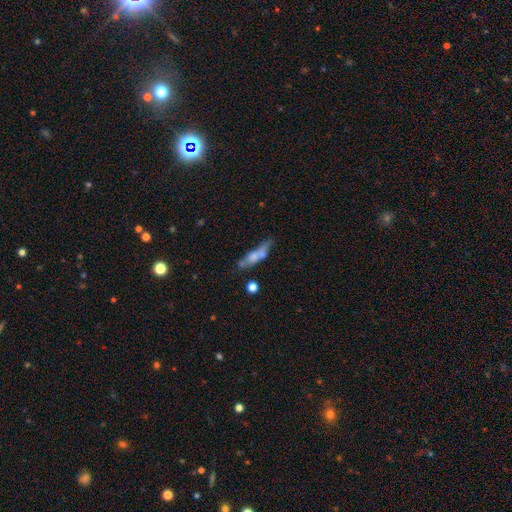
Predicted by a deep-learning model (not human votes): Overall: smooth (58%; featured or disk 33%). How rounded: cigar-shaped (68%; in between 29%). Merging: none (46%; minor disturbance 24%).